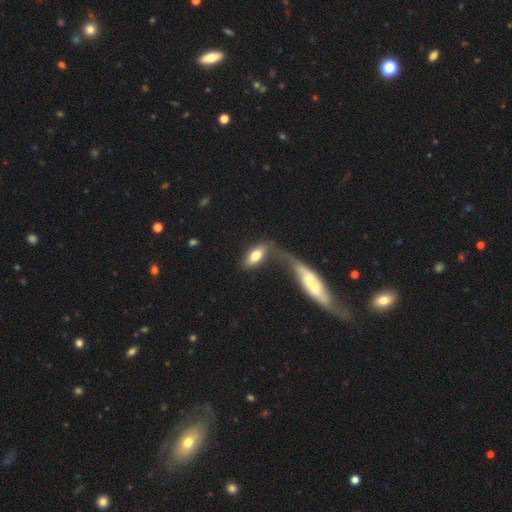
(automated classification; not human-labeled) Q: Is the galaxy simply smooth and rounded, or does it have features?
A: smooth — 74%.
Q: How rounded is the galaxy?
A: in between — 85%.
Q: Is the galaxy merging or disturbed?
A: none — 44%.